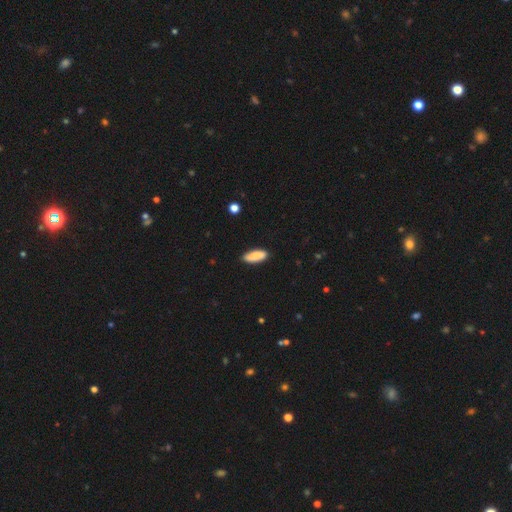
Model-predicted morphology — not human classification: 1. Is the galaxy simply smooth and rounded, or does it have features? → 85% smooth, 9% featured or disk, 6% star or artifact.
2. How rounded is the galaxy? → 69% in between, 29% cigar-shaped, 2% round.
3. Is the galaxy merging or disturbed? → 86% none, 11% minor disturbance, 2% major disturbance, 1% merger.